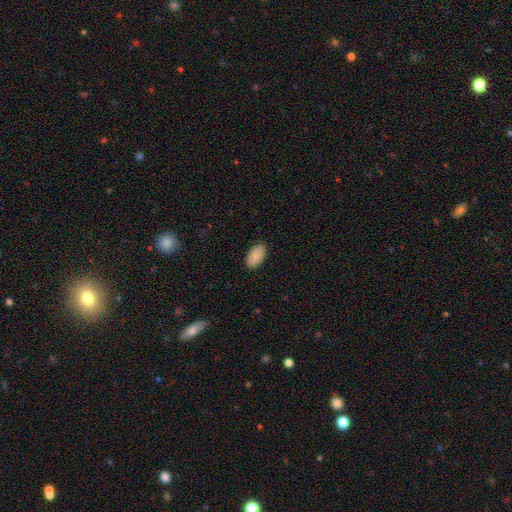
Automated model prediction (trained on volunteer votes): Overall: smooth (86%). How rounded: in between (95%). Merging: none (89%).